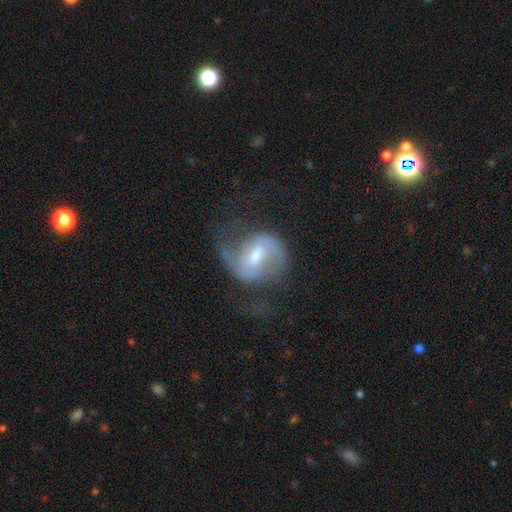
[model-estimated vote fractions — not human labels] Smooth or featured?
  - featured or disk: 81% *
  - smooth: 13%
  - star or artifact: 6%
Edge-on disk?
  - no: 97% *
  - yes: 3%
Bar?
  - weak: 55% *
  - strong: 26%
  - no: 20%
Spiral arms?
  - yes: 93% *
  - no: 7%
Spiral winding?
  - medium: 47% *
  - loose: 38%
  - tight: 15%
Spiral arm count?
  - 2: 84% *
  - can't tell: 6%
  - 1: 6%
  - 3: 2%
  - 4: 1%
  - more than 4: 1%
Bulge size?
  - moderate: 59% *
  - small: 29%
  - large: 7%
  - none: 3%
  - dominant: 1%
Merging?
  - none: 58% *
  - major disturbance: 21%
  - minor disturbance: 20%
  - merger: 2%